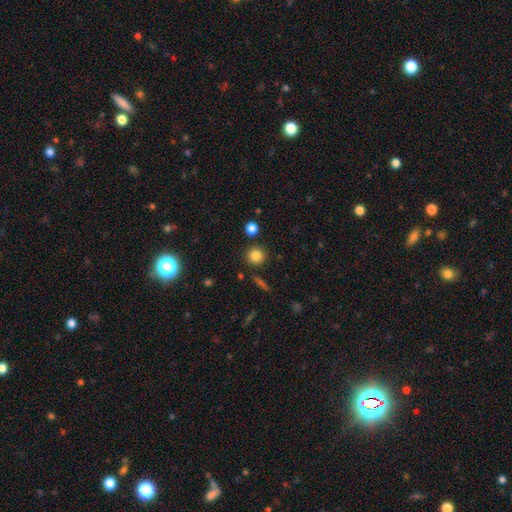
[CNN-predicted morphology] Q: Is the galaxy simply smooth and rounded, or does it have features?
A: smooth — 83%.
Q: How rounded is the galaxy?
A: round — 93%.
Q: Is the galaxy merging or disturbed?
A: none — 86%.